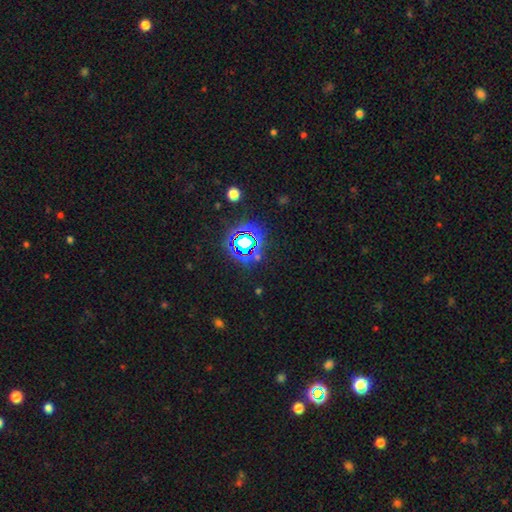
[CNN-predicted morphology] A star or artifact, not a galaxy (77%).

Vote fractions:
- Smooth or featured? star or artifact: 77% / smooth: 15% / featured or disk: 8%